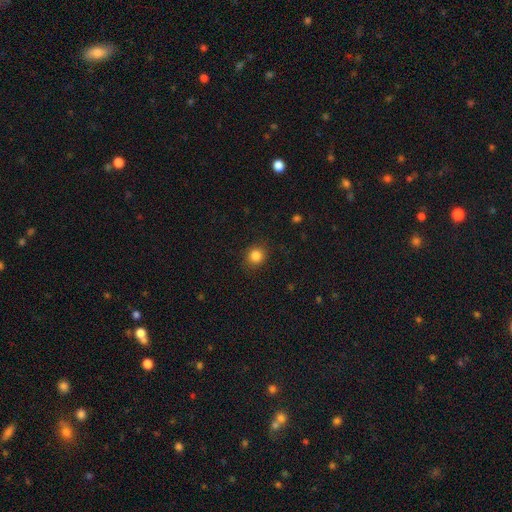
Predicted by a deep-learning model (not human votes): smooth-or-featured: smooth: 84% | star or artifact: 11% | featured or disk: 4%
  how-rounded: round: 86% | in between: 13% | cigar-shaped: 1%
  merging: none: 89% | minor disturbance: 8% | major disturbance: 3% | merger: 1%